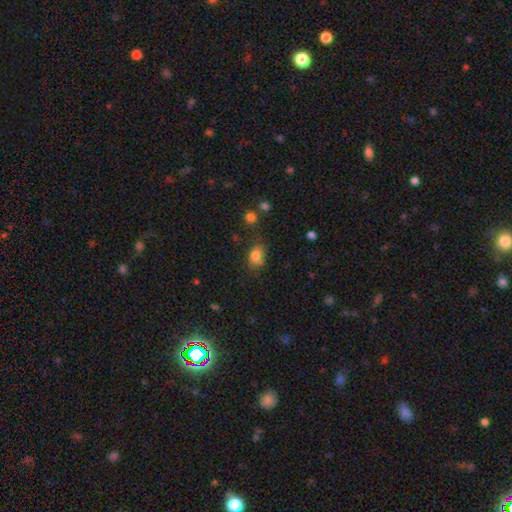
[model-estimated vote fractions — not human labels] Smooth or featured? smooth (80%)
How rounded? in between (68%)
Merging? none (63%)